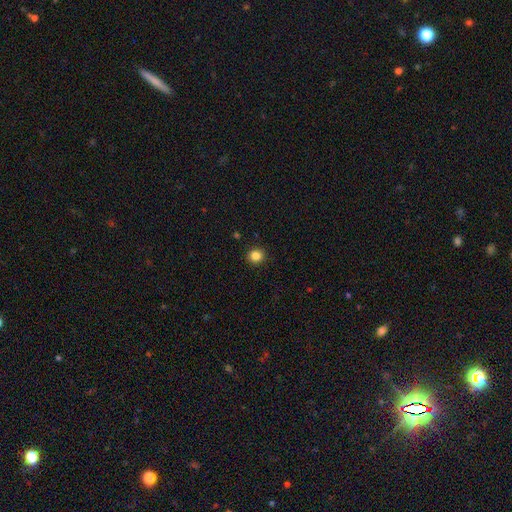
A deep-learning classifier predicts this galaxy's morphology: Overall: smooth (84%). How rounded: round (90%). Merging: none (93%).